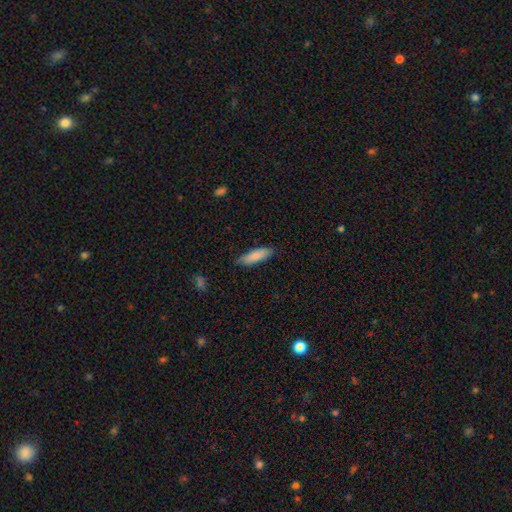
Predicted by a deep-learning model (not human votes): This is clearly a smooth galaxy (83%). How rounded: possibly cigar-shaped (52%). Merging: clearly none (83%).